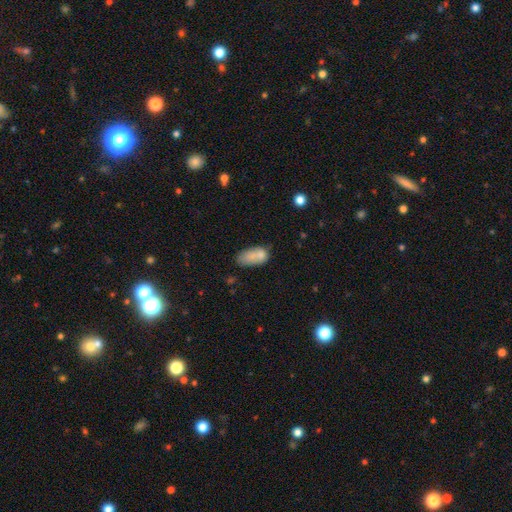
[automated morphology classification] Overall: smooth (76%). How rounded: in between (89%). Merging: none (37%; minor disturbance 26%).